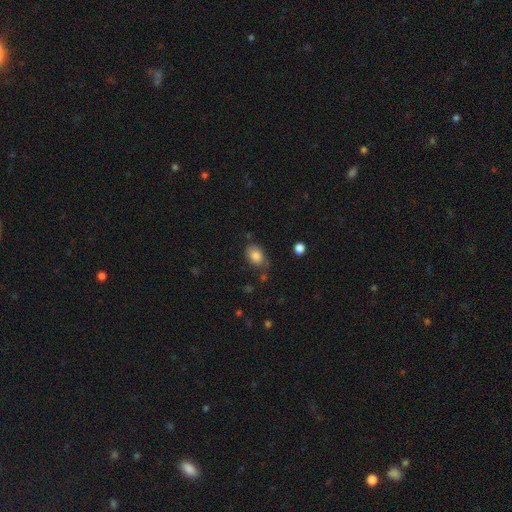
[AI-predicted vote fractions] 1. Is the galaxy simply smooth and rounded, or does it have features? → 83% smooth, 9% featured or disk, 9% star or artifact.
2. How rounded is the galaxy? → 76% in between, 23% round, 1% cigar-shaped.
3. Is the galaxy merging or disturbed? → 64% none, 24% minor disturbance, 7% major disturbance, 4% merger.